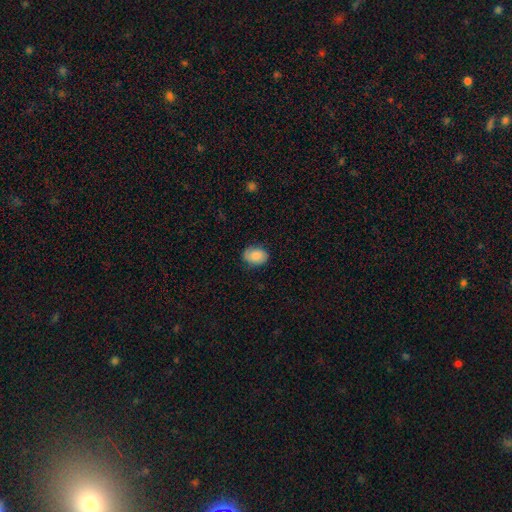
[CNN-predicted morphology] A smooth galaxy with no disk features (81%) that is in between round and cigar-shaped (69%). Merging: none (79%).